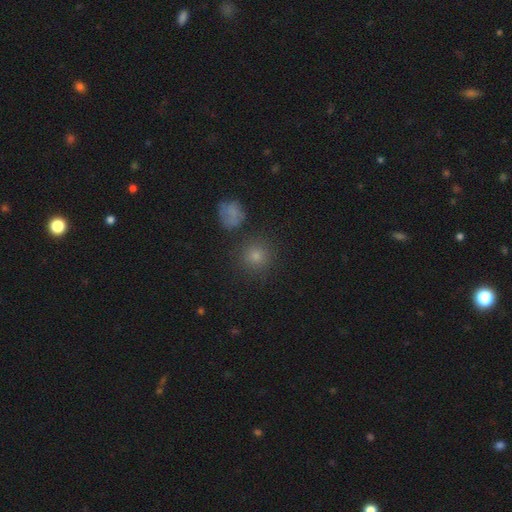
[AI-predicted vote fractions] smooth 75%, star or artifact 18%, featured or disk 7%. Down the decision tree: how rounded — round (92%); merging — none (81%).